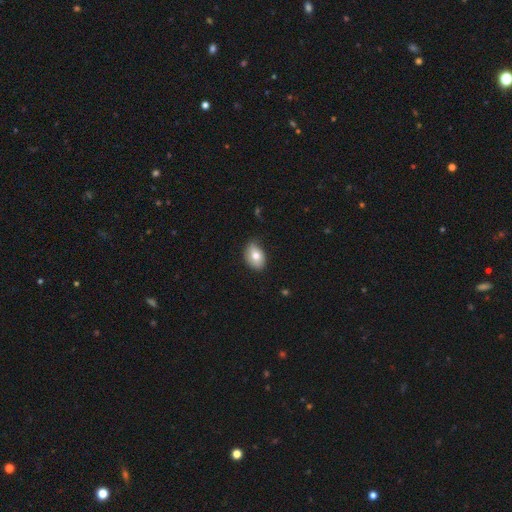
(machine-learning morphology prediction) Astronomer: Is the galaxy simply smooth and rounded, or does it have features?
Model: smooth — 75%.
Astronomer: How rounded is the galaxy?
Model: in between — 82%.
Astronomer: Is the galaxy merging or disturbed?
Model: none — 67%.